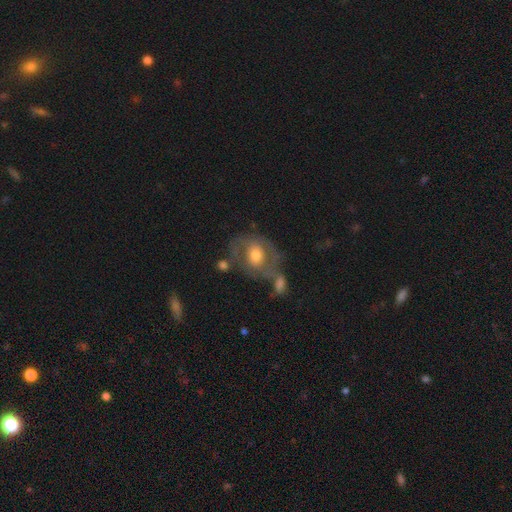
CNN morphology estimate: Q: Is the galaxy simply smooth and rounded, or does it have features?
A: featured or disk — 56%.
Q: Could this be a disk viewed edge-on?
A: no — 96%.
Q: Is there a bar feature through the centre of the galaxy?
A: no — 74%.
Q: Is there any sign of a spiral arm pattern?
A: yes — 56%.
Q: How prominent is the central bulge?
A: moderate — 63%.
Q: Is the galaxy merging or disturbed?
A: none — 42%.